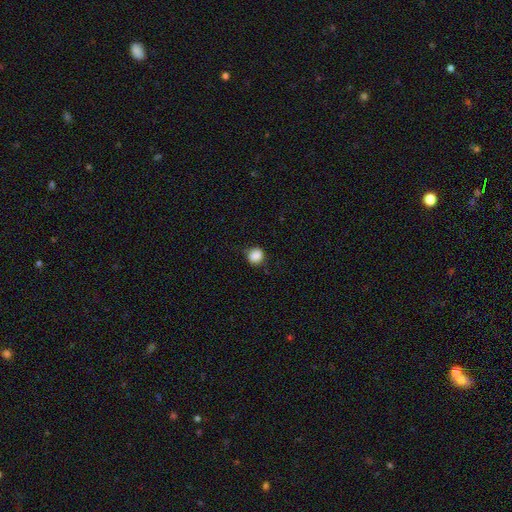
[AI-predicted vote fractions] This appears to be a smooth galaxy with no disk features (87%) that is round (83%). Merging: none (76%).